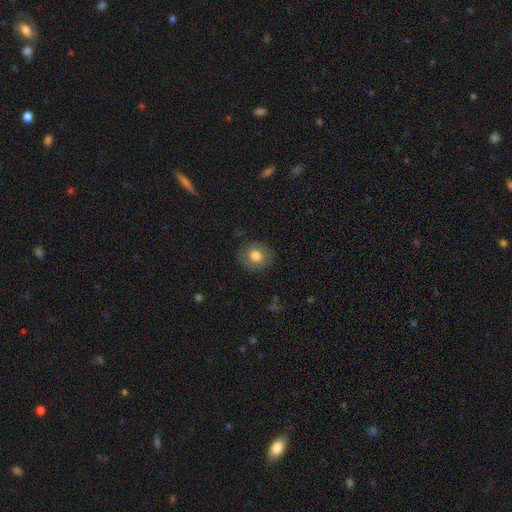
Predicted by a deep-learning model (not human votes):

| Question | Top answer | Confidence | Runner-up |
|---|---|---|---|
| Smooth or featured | smooth | 77% | featured or disk (14%) |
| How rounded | round | 80% | in between (19%) |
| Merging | none | 87% | minor disturbance (9%) |